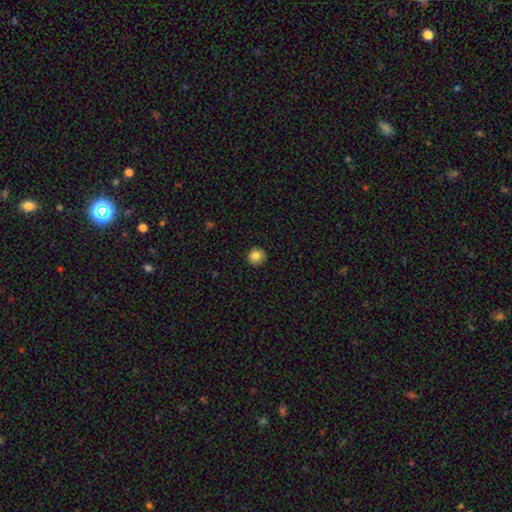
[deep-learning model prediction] A smooth galaxy with no disk features (85%) that is round (94%).

Vote fractions:
- Smooth or featured? smooth: 85% / star or artifact: 10% / featured or disk: 5%
- How rounded? round: 94% / in between: 5% / cigar-shaped: 1%
- Merging? none: 90% / minor disturbance: 7% / major disturbance: 2% / merger: 1%